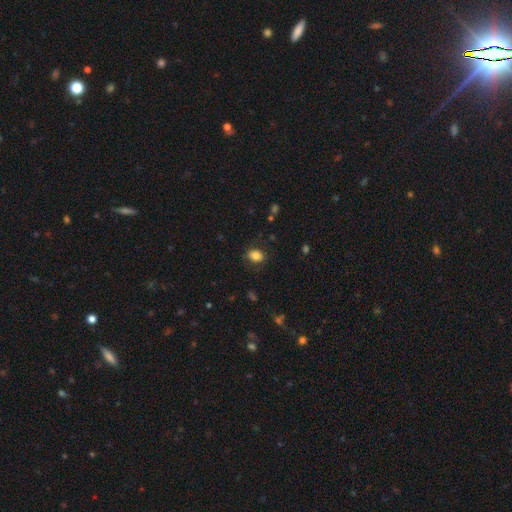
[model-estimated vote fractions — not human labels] A smooth galaxy with no disk features (82%) that is in between round and cigar-shaped (66%). Merging: none (80%).